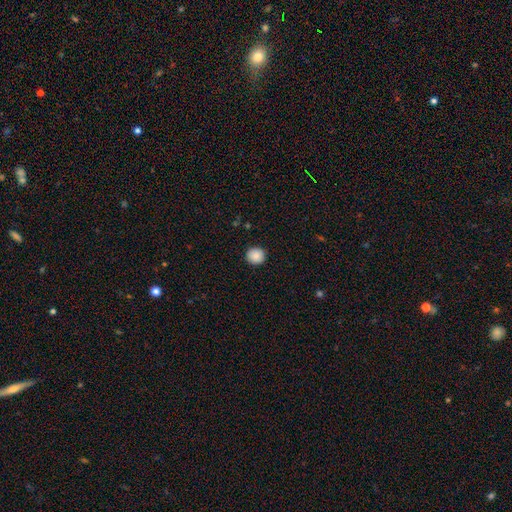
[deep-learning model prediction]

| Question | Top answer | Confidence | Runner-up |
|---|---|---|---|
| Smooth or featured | smooth | 87% | star or artifact (8%) |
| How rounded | round | 92% | in between (7%) |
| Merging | none | 92% | minor disturbance (6%) |